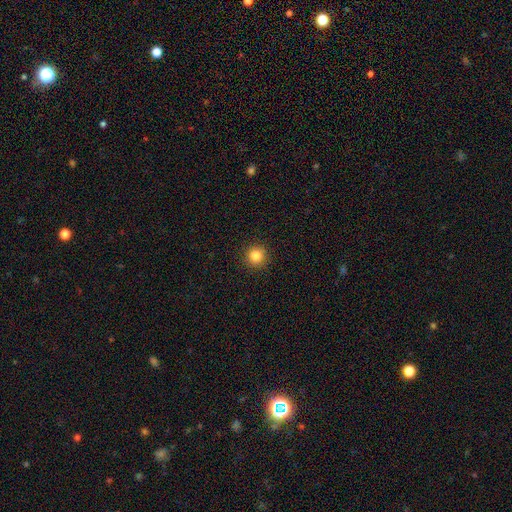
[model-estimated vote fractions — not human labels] smooth-or-featured: smooth: 85% | star or artifact: 11% | featured or disk: 4%
  how-rounded: round: 95% | in between: 4% | cigar-shaped: 1%
  merging: none: 92% | minor disturbance: 5% | major disturbance: 2% | merger: 1%